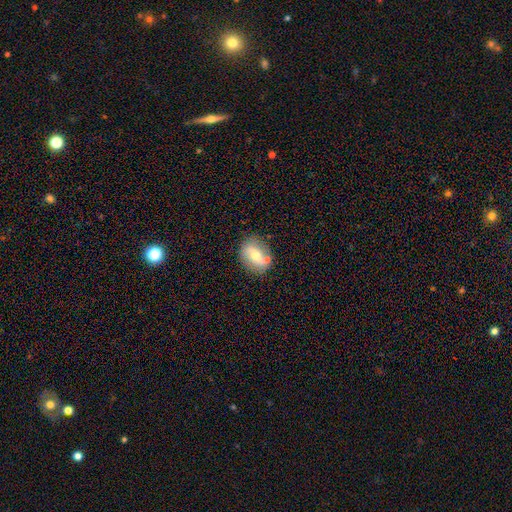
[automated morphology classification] Q: Smooth or featured?
A: smooth (50%); runner-up: featured or disk (42%)
Q: Merging?
A: none (74%); runner-up: minor disturbance (15%)